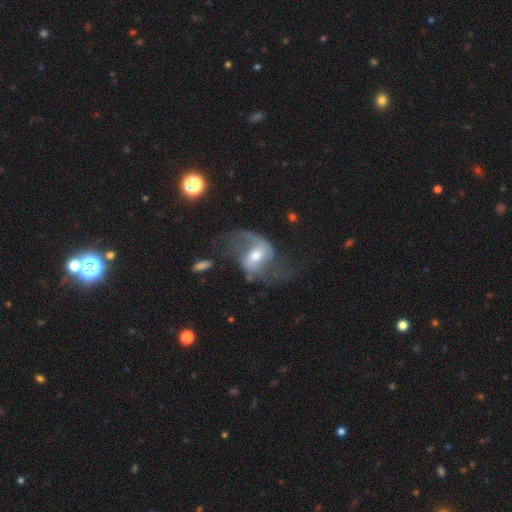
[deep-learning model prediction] Smooth or featured: featured or disk — 82% (smooth — 12%)
Edge-on disk: no — 96% (yes — 4%)
Bar: weak — 43% (strong — 30%)
Spiral arms: yes — 92% (no — 8%)
Spiral winding: loose — 68% (medium — 27%)
Spiral arm count: 2 — 88% (1 — 5%)
Bulge size: moderate — 57% (small — 34%)
Merging: none — 50% (major disturbance — 28%)